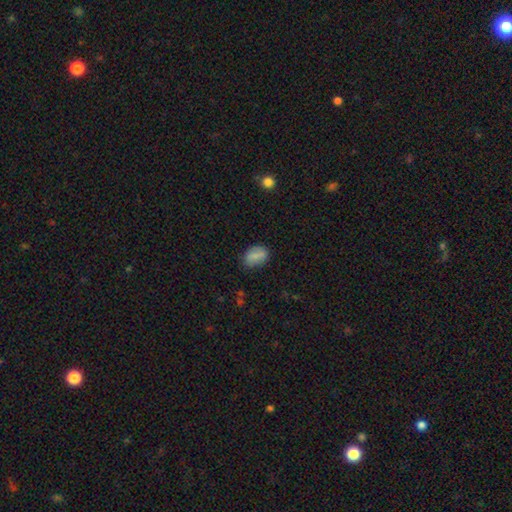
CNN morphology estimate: Smooth or featured? Predicted: smooth (p=0.78). How rounded? Predicted: in between (p=0.82). Merging? Predicted: none (p=0.78).